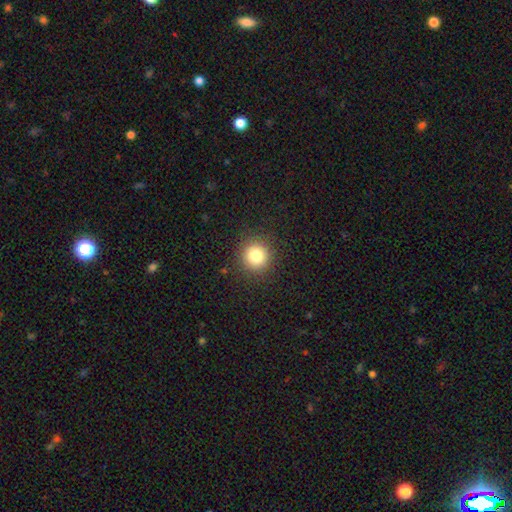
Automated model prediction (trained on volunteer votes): The model was most divided on "smooth or featured": smooth: 81%, star or artifact: 12%, featured or disk: 7%. More confident: how rounded — round (93%); merging — none (90%).